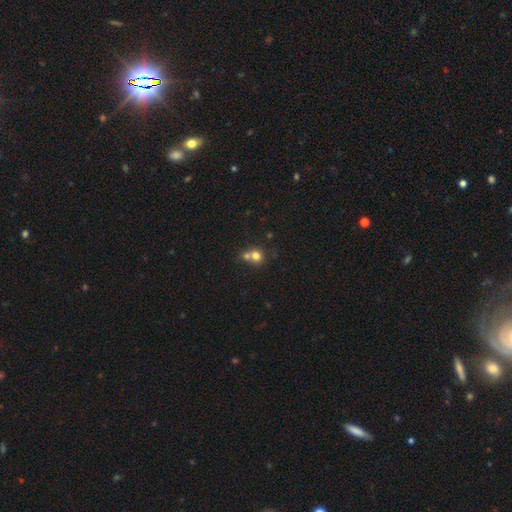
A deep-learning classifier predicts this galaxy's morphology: A smooth galaxy with no disk features (75%) that is round (86%). Merging: merger (50%).